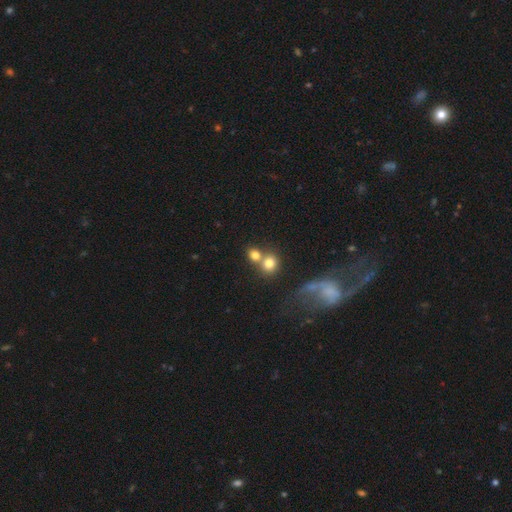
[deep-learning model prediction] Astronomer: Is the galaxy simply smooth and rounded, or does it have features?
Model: smooth — 76%.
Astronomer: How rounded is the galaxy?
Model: round — 76%.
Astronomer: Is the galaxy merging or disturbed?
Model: merger — 48% (runner-up: none, 41%).